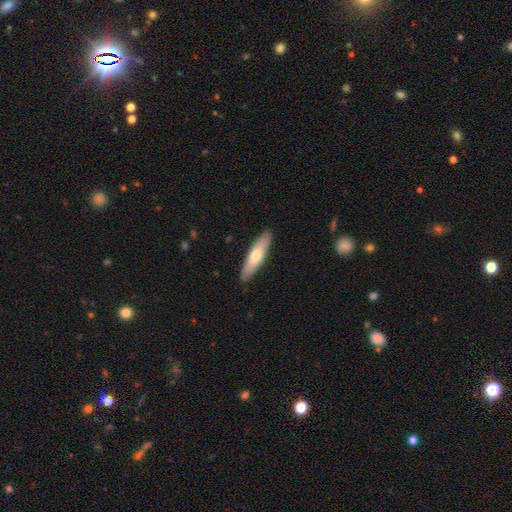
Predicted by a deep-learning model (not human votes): A smooth galaxy with no disk features (61%) that is cigar-shaped (68%).

Vote fractions:
- Smooth or featured? smooth: 61% / featured or disk: 34% / star or artifact: 5%
- How rounded? cigar-shaped: 68% / in between: 31% / round: 2%
- Merging? none: 89% / minor disturbance: 8% / major disturbance: 2% / merger: 1%